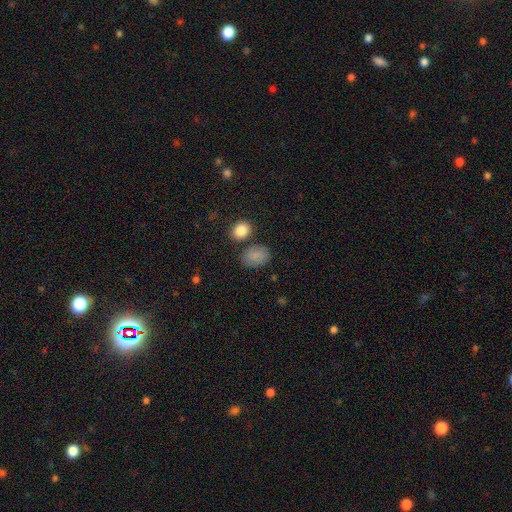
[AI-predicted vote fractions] A smooth galaxy with no disk features (82%) that is in between round and cigar-shaped (77%).

Vote fractions:
- Smooth or featured? smooth: 82% / star or artifact: 9% / featured or disk: 9%
- How rounded? in between: 77% / round: 22% / cigar-shaped: 1%
- Merging? none: 71% / minor disturbance: 17% / merger: 7% / major disturbance: 5%